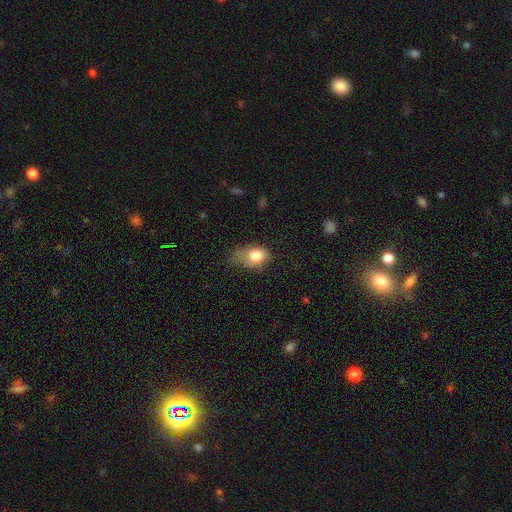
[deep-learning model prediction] This is likely a smooth galaxy (79%). How rounded: likely in between (75%). Merging: marginally minor disturbance (42%).